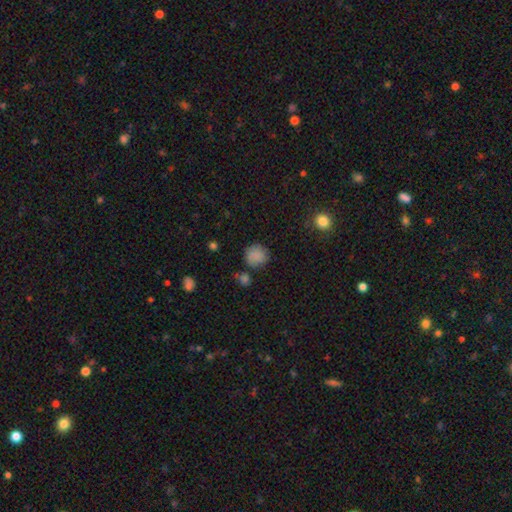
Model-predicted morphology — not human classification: smooth_or_featured: smooth (p=0.83) [alt: star or artifact p=0.11]
how_rounded: round (p=0.86) [alt: in between p=0.13]
merging: none (p=0.70) [alt: minor disturbance p=0.18]